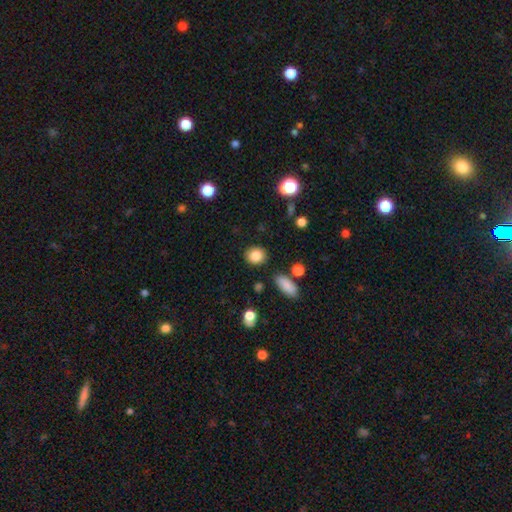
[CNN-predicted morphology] A smooth galaxy with no disk features (86%) that is round (75%).

Vote fractions:
- Smooth or featured? smooth: 86% / star or artifact: 9% / featured or disk: 5%
- How rounded? round: 75% / in between: 24% / cigar-shaped: 1%
- Merging? none: 87% / minor disturbance: 8% / major disturbance: 3% / merger: 3%